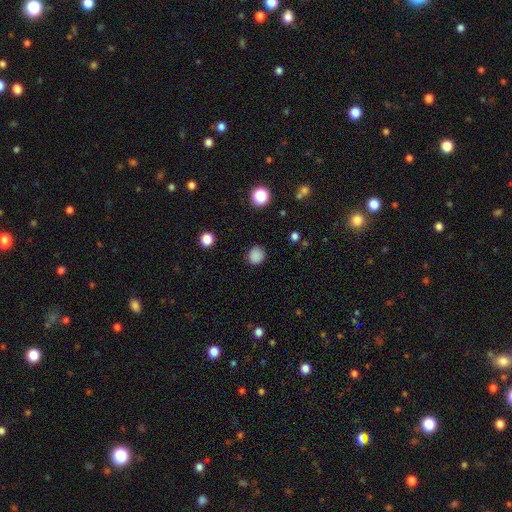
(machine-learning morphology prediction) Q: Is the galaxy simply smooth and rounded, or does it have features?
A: smooth — 86%.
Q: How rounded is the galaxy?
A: round — 88%.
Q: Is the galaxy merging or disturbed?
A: none — 88%.